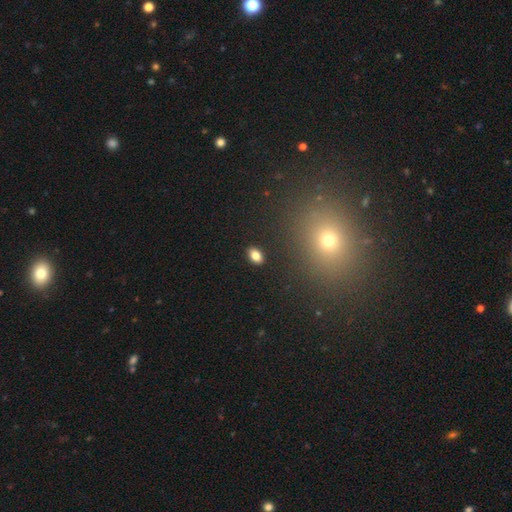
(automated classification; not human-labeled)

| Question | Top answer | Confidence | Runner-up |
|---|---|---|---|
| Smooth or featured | smooth | 83% | star or artifact (10%) |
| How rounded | in between | 86% | round (12%) |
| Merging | none | 89% | minor disturbance (7%) |